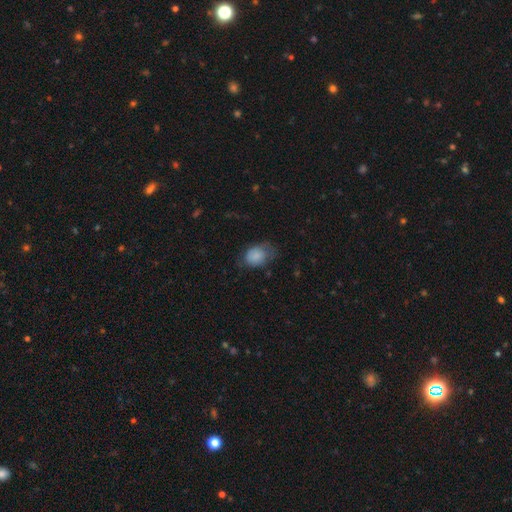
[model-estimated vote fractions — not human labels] smooth_or_featured: smooth (p=0.82) [alt: featured or disk p=0.10]
how_rounded: in between (p=0.73) [alt: round p=0.26]
merging: none (p=0.50) [alt: minor disturbance p=0.33]